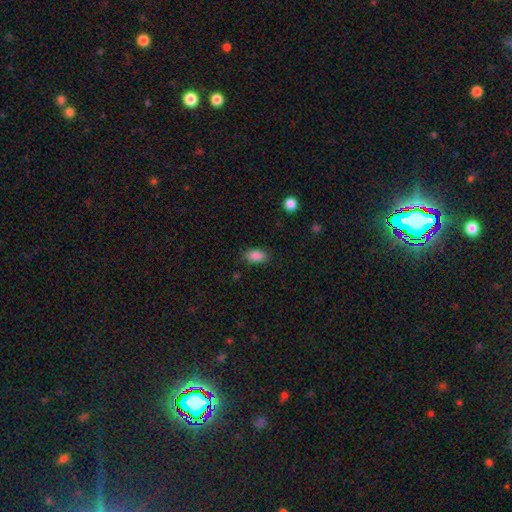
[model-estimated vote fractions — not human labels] Smooth or featured? smooth (87%)
How rounded? in between (89%)
Merging? none (83%)